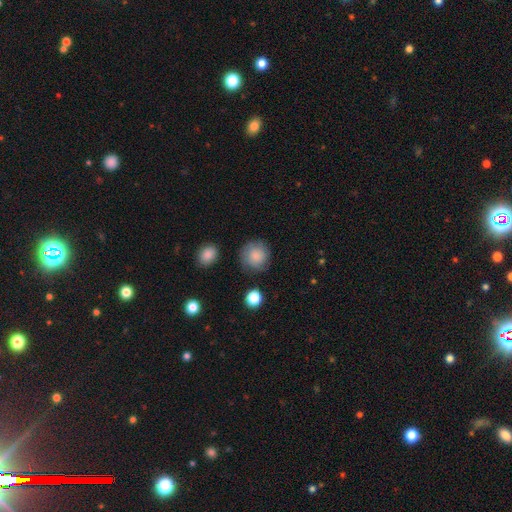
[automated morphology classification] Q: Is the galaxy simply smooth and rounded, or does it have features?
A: smooth — 81%.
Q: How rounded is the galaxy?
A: round — 92%.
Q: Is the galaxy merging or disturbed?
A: none — 78%.